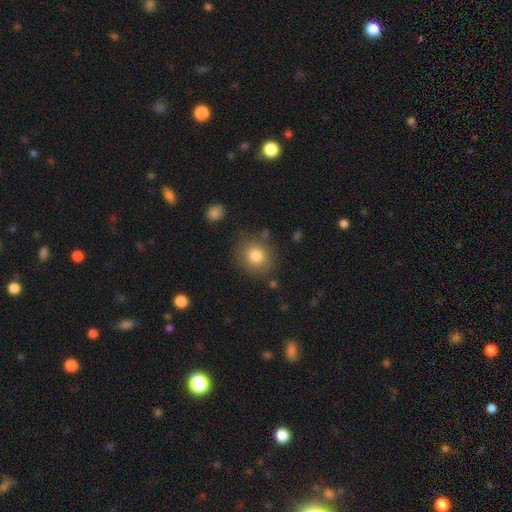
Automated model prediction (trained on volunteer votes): Overall: smooth (81%). How rounded: round (79%). Merging: none (82%).